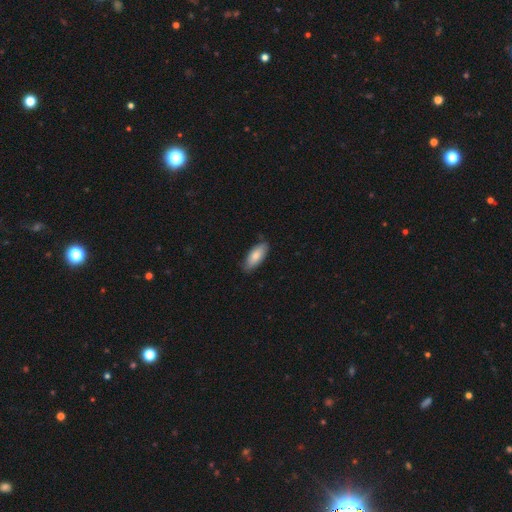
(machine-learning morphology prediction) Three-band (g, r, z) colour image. It shows a smooth galaxy with no disk features (79%) that is in between round and cigar-shaped (85%). Merging: none (80%).